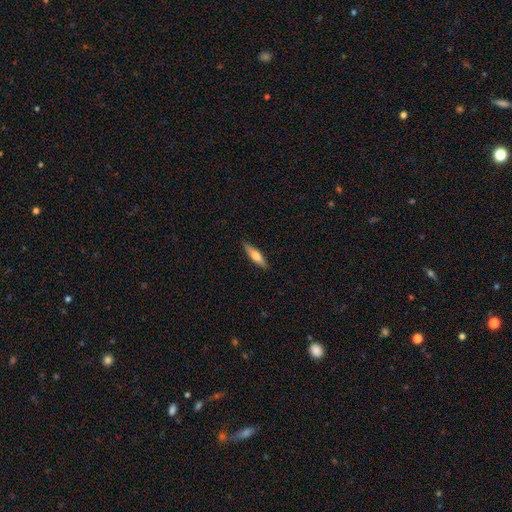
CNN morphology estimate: Overall: smooth (56%; featured or disk 38%). How rounded: cigar-shaped (73%). Merging: none (88%).